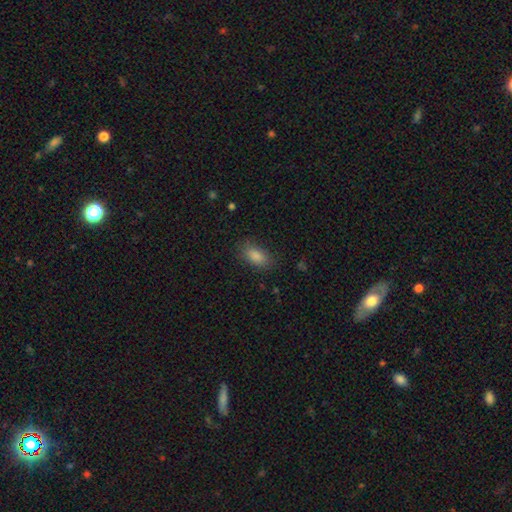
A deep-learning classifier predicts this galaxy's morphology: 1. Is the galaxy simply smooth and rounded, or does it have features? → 84% smooth, 10% star or artifact, 6% featured or disk.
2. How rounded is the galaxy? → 88% in between, 6% cigar-shaped, 6% round.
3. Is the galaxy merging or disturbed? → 84% none, 12% minor disturbance, 3% major disturbance, 1% merger.